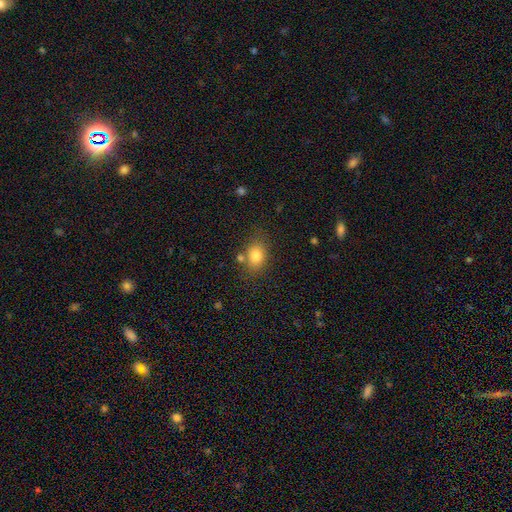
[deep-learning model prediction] Smooth or featured? smooth (80%)
How rounded? in between (72%)
Merging? none (69%)